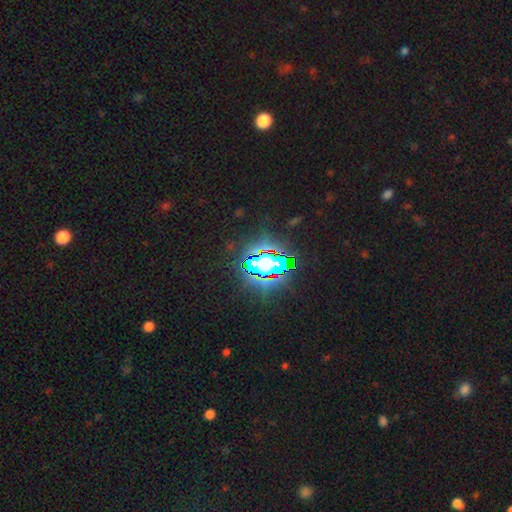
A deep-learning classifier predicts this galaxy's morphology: Smooth or featured? star or artifact (79%)